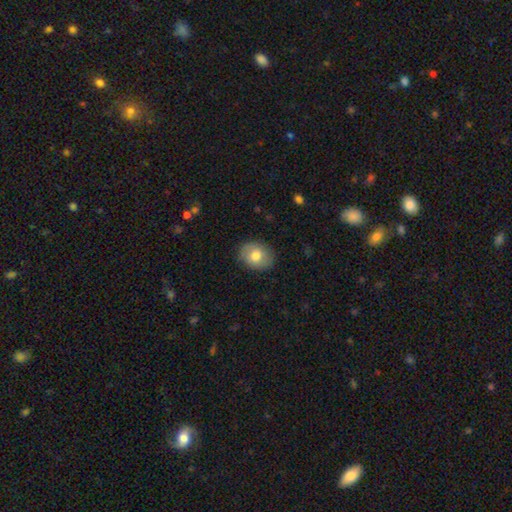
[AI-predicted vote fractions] smooth_or_featured: smooth (p=0.74) [alt: featured or disk p=0.19]
how_rounded: in between (p=0.52) [alt: round p=0.47]
merging: none (p=0.85) [alt: minor disturbance p=0.11]